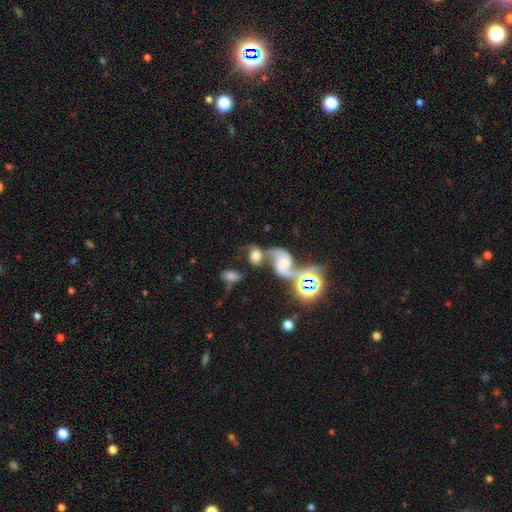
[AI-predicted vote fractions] Smooth or featured: featured or disk — 45% (smooth — 40%)
Merging: merger — 47% (none — 30%)